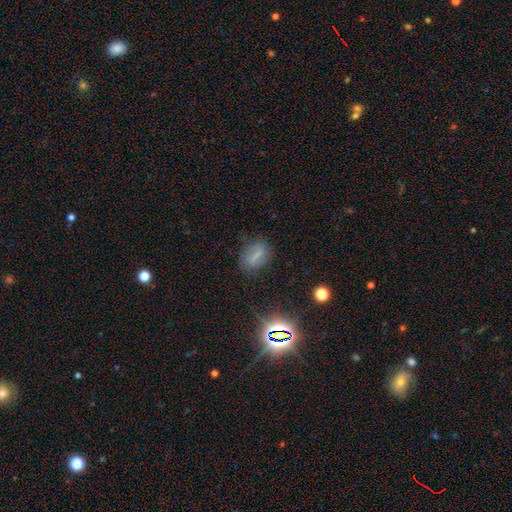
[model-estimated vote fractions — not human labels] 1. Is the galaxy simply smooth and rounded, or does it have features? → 52% smooth, 26% featured or disk, 22% star or artifact.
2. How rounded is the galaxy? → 70% in between, 22% round, 9% cigar-shaped.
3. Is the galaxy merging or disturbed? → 74% none, 17% minor disturbance, 7% major disturbance, 2% merger.